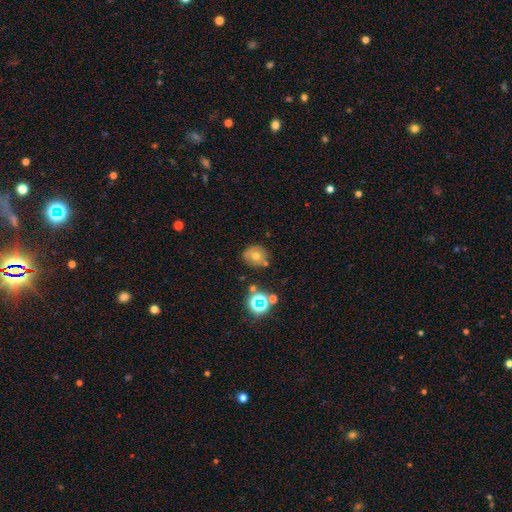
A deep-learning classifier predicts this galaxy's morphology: type=smooth (63%); roundness=round (71%); merging=none (72%).